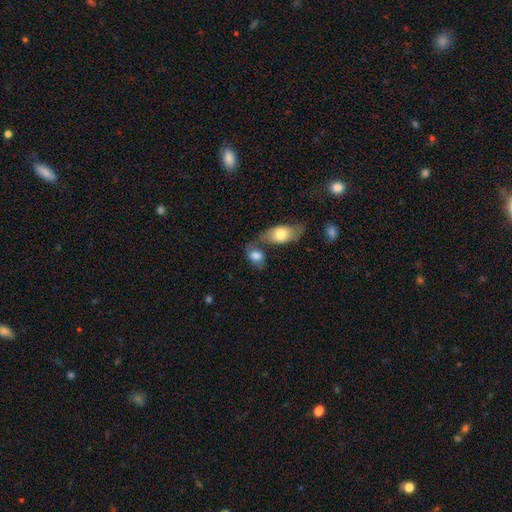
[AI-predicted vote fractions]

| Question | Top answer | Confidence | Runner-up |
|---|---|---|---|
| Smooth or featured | smooth | 73% | featured or disk (20%) |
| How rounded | in between | 81% | round (17%) |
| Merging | merger | 46% | none (32%) |